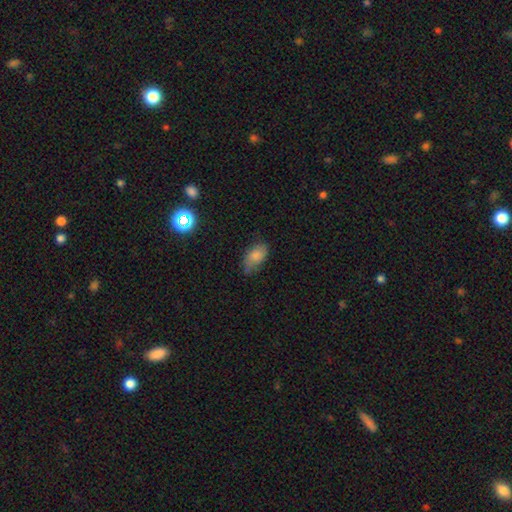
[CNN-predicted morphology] Smooth or featured: smooth — 78% (featured or disk — 11%)
How rounded: in between — 92% (round — 6%)
Merging: none — 60% (minor disturbance — 30%)